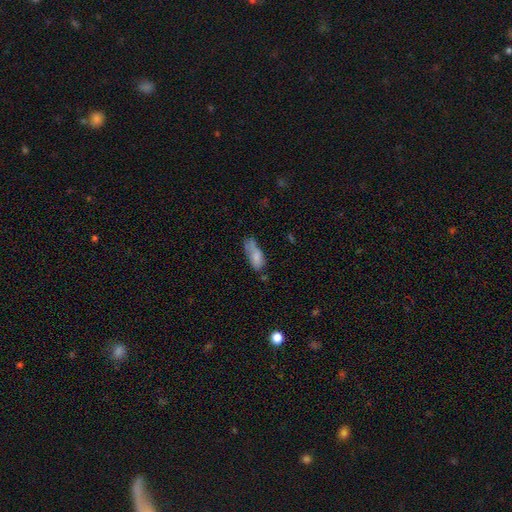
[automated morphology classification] smooth 73%, featured or disk 17%, star or artifact 10%. Down the decision tree: how rounded — in between (78%); merging — none (31%).